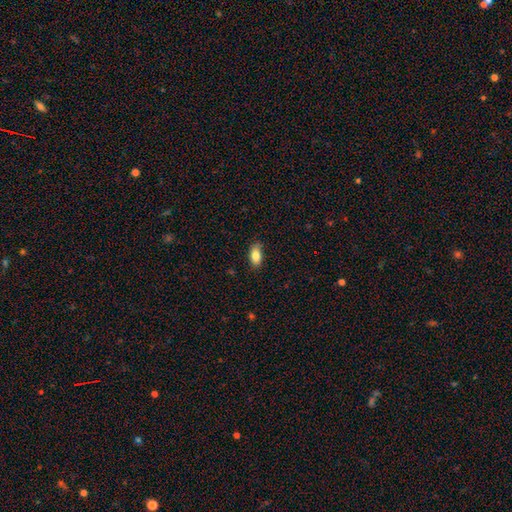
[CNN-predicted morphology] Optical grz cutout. It shows a smooth galaxy with no disk features (84%) that is in between round and cigar-shaped (88%). Merging: none (80%).